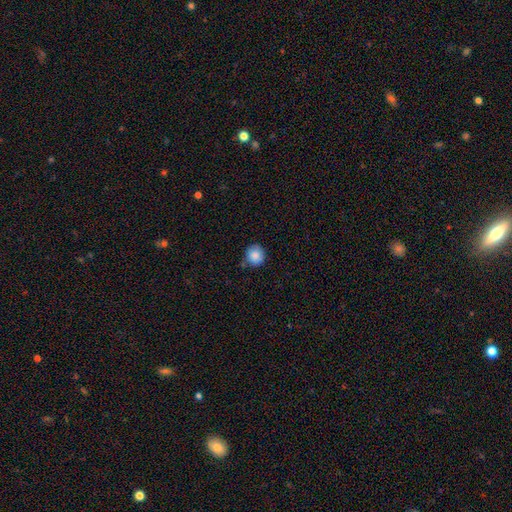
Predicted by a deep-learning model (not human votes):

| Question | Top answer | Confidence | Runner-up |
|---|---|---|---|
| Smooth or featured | smooth | 86% | star or artifact (8%) |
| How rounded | round | 89% | in between (10%) |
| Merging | none | 75% | minor disturbance (18%) |